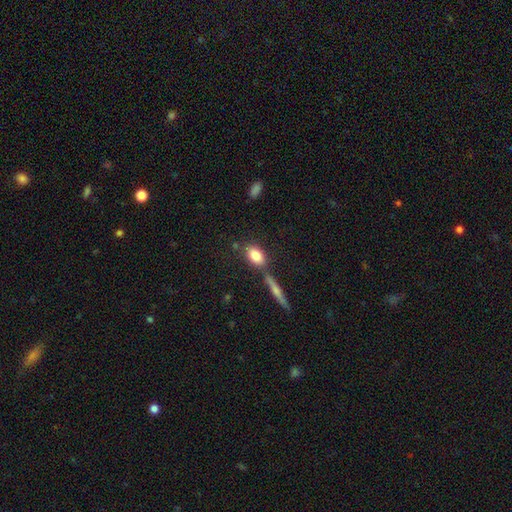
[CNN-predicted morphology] Smooth or featured? Predicted: smooth (p=0.82). How rounded? Predicted: in between (p=0.84). Merging? Predicted: none (p=0.66).